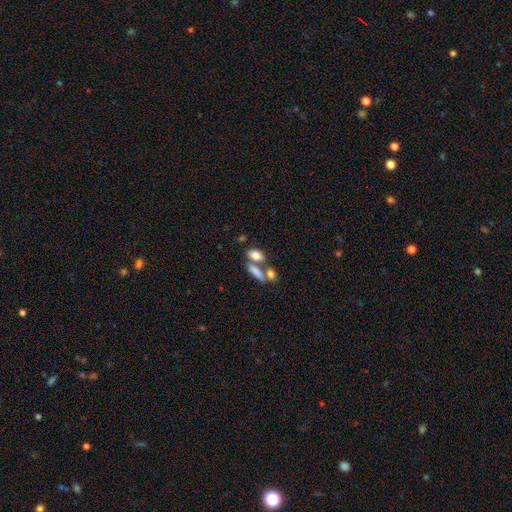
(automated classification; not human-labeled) Q: Smooth or featured?
A: smooth (79%); runner-up: featured or disk (13%)
Q: How rounded?
A: in between (82%); runner-up: cigar-shaped (11%)
Q: Merging?
A: none (44%); runner-up: merger (41%)